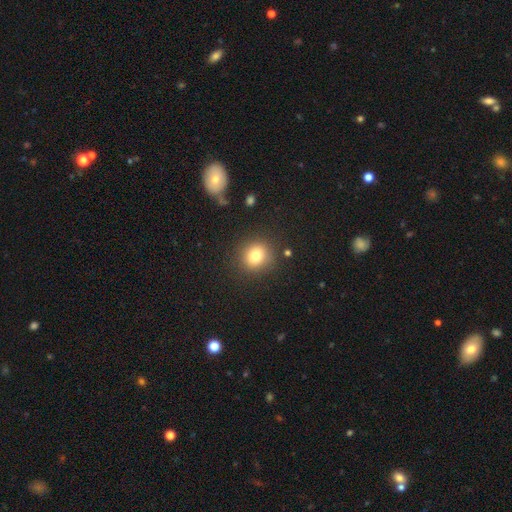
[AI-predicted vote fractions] Smooth or featured? smooth (80%)
How rounded? round (82%)
Merging? none (87%)